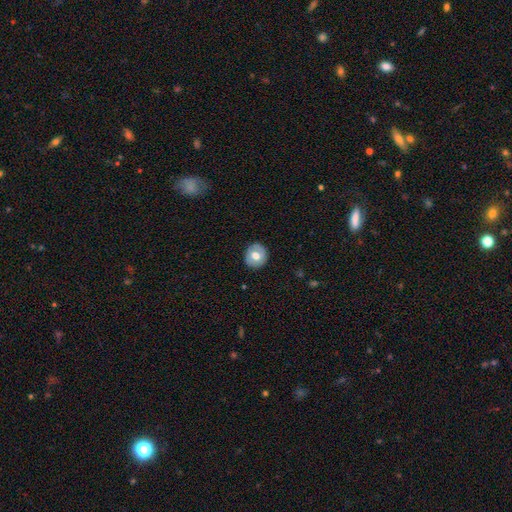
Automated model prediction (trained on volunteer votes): Smooth or featured? smooth (62%)
How rounded? round (83%)
Merging? none (86%)